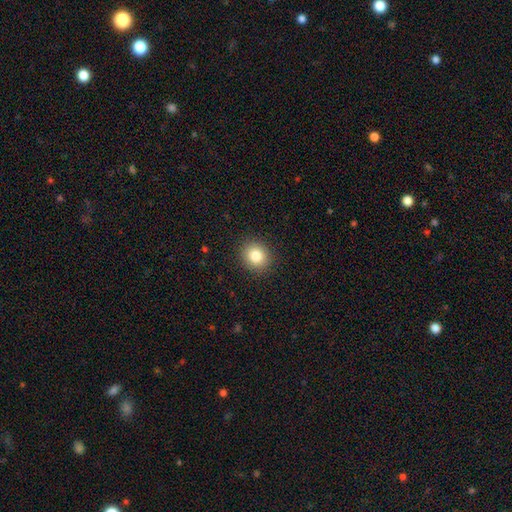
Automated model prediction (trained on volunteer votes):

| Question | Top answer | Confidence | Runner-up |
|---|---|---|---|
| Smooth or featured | smooth | 84% | star or artifact (10%) |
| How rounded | round | 80% | in between (20%) |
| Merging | none | 90% | minor disturbance (6%) |